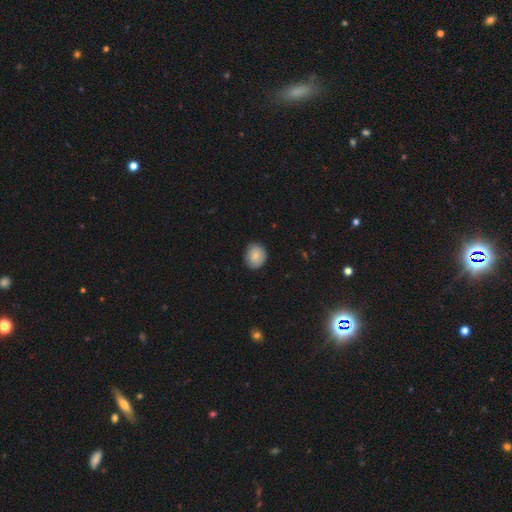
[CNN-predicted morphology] A smooth galaxy with no disk features (83%) that is round (71%).

Vote fractions:
- Smooth or featured? smooth: 83% / featured or disk: 9% / star or artifact: 8%
- How rounded? round: 71% / in between: 28% / cigar-shaped: 1%
- Merging? none: 83% / minor disturbance: 14% / major disturbance: 2% / merger: 1%